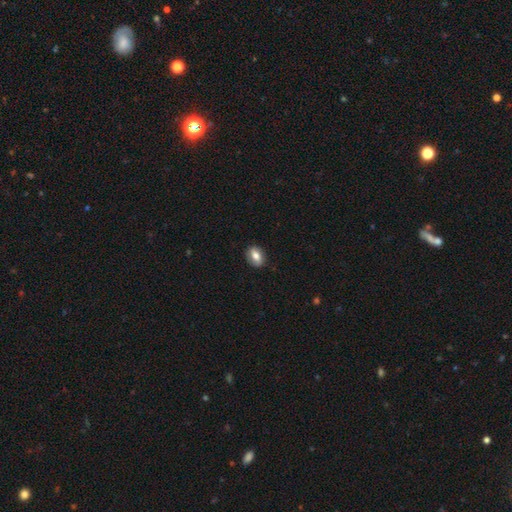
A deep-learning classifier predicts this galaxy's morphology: smooth-or-featured: smooth: 69% | featured or disk: 24% | star or artifact: 8%
  how-rounded: in between: 74% | round: 24% | cigar-shaped: 2%
  merging: none: 85% | minor disturbance: 11% | major disturbance: 3% | merger: 1%